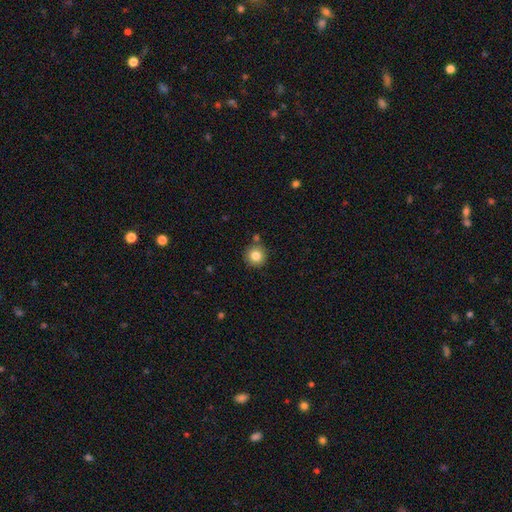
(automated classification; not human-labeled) smooth-or-featured: smooth: 82% | star or artifact: 11% | featured or disk: 7%
  how-rounded: round: 94% | in between: 5% | cigar-shaped: 1%
  merging: none: 82% | minor disturbance: 9% | merger: 7% | major disturbance: 2%